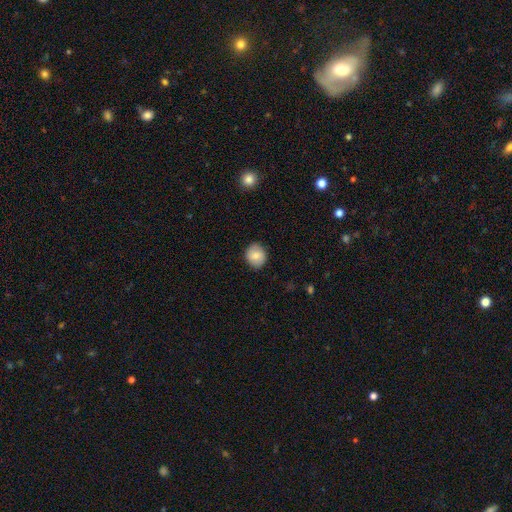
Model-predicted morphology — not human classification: This appears to be a smooth galaxy with no disk features (78%) that is round (77%). Merging: none (86%).